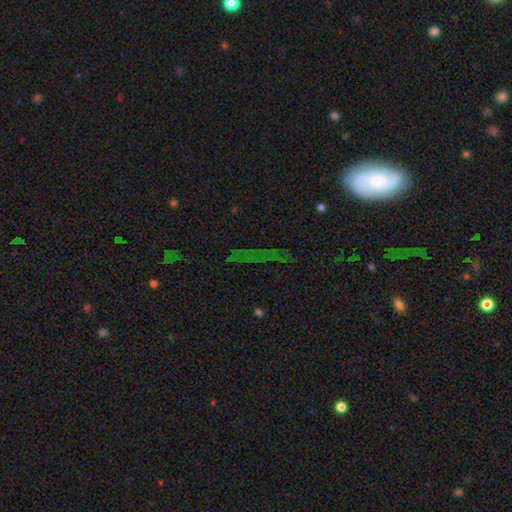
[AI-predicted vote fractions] Smooth or featured: star or artifact — 41% (featured or disk — 30%)